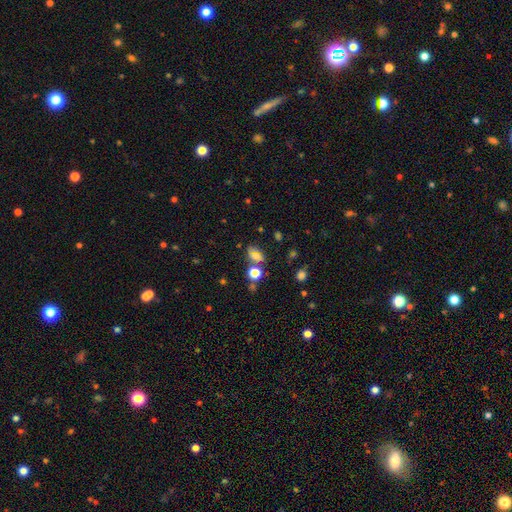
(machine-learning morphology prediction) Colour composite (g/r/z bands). It shows a smooth galaxy with no disk features (59%) that is in between round and cigar-shaped (66%). Merging: none (55%).